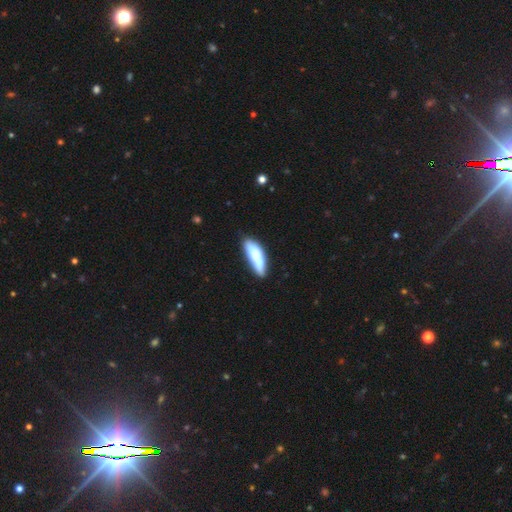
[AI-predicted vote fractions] Smooth or featured?
  - smooth: 71% *
  - featured or disk: 23%
  - star or artifact: 6%
How rounded?
  - cigar-shaped: 53% *
  - in between: 45%
  - round: 2%
Merging?
  - none: 68% *
  - minor disturbance: 22%
  - merger: 6%
  - major disturbance: 5%